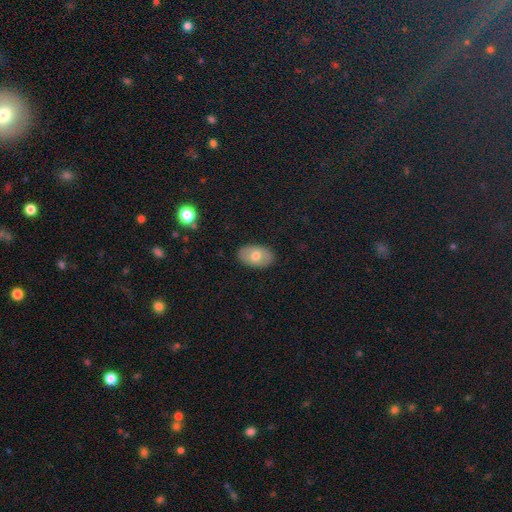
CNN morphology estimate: Smooth or featured? smooth (68%)
How rounded? in between (90%)
Merging? none (88%)